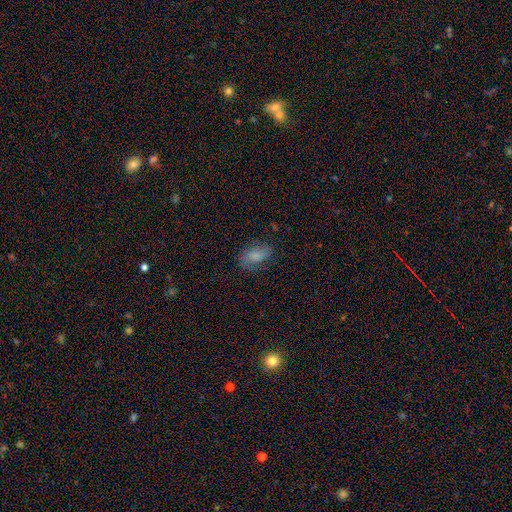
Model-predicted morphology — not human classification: Smooth or featured? smooth (68%)
How rounded? in between (88%)
Merging? none (67%)